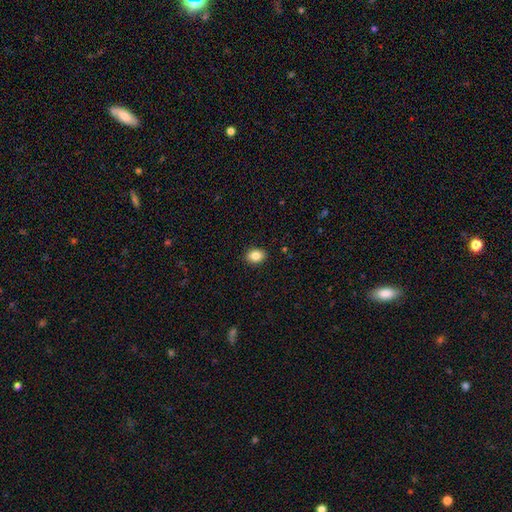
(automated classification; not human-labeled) smooth-or-featured: smooth: 86% | star or artifact: 9% | featured or disk: 6%
  how-rounded: in between: 73% | round: 26% | cigar-shaped: 1%
  merging: none: 90% | minor disturbance: 7% | major disturbance: 2% | merger: 1%